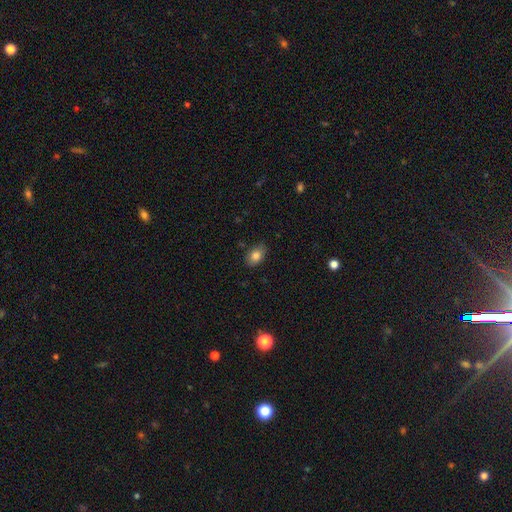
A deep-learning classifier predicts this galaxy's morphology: A smooth galaxy with no disk features (83%) that is in between round and cigar-shaped (85%). Merging: none (84%).